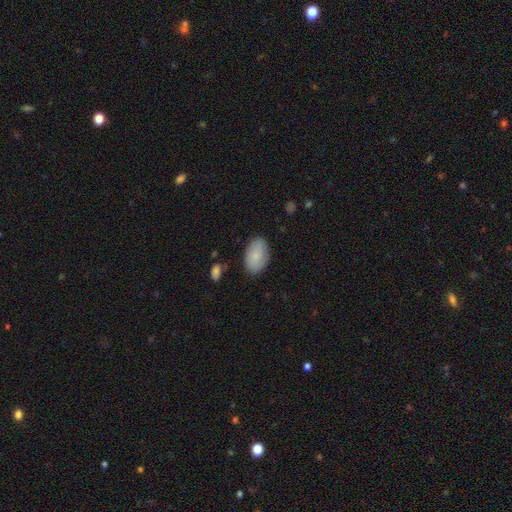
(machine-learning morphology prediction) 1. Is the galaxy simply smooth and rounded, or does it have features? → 82% smooth, 11% featured or disk, 6% star or artifact.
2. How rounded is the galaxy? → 93% in between, 6% round, 1% cigar-shaped.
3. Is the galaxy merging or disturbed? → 83% none, 13% minor disturbance, 3% major disturbance, 2% merger.